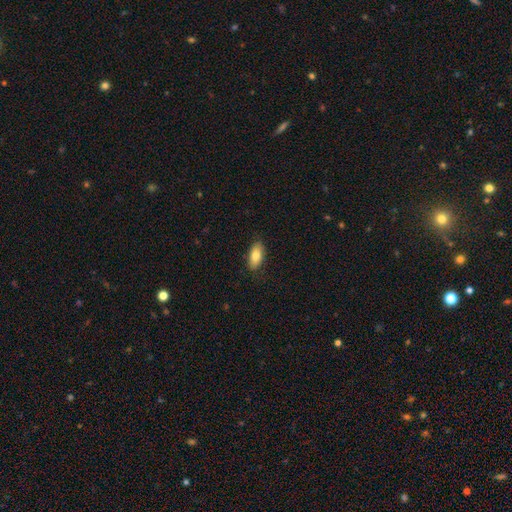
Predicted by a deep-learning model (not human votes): Smooth or featured? smooth (81%)
How rounded? in between (88%)
Merging? none (85%)